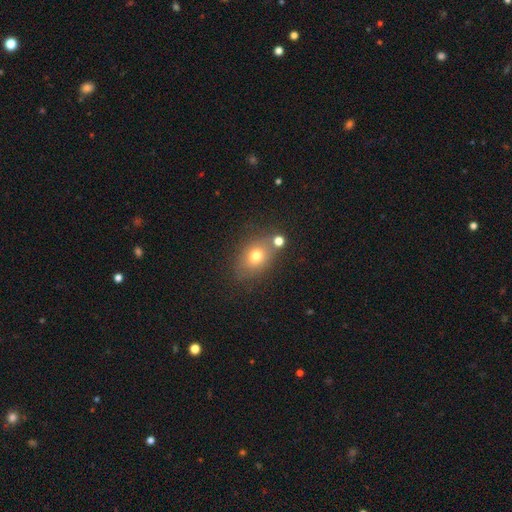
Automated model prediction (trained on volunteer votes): This appears to be a smooth galaxy with no disk features (71%) that is in between round and cigar-shaped (65%). Merging: none (64%).